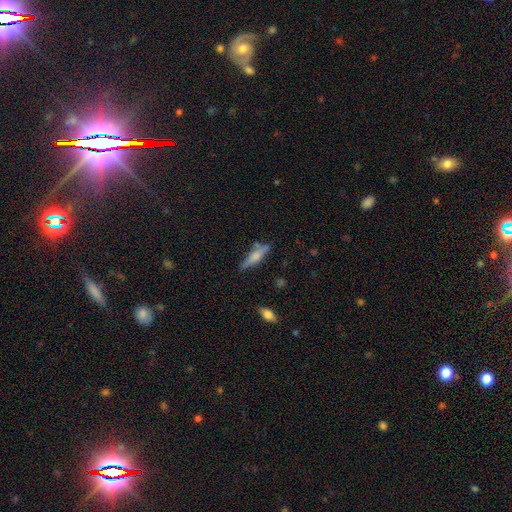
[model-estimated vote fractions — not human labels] smooth_or_featured: smooth (p=0.55) [alt: featured or disk p=0.38]
how_rounded: cigar-shaped (p=0.72) [alt: in between p=0.26]
merging: none (p=0.69) [alt: minor disturbance p=0.19]